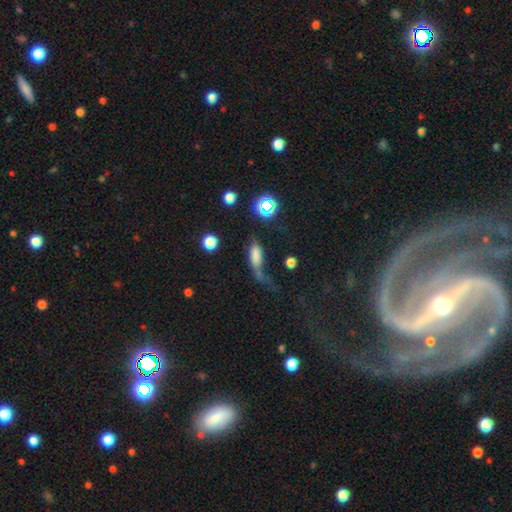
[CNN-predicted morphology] Smooth or featured?
  - smooth: 70% *
  - featured or disk: 15%
  - star or artifact: 15%
How rounded?
  - in between: 64% *
  - cigar-shaped: 28%
  - round: 8%
Merging?
  - major disturbance: 35% *
  - none: 31%
  - minor disturbance: 22%
  - merger: 12%